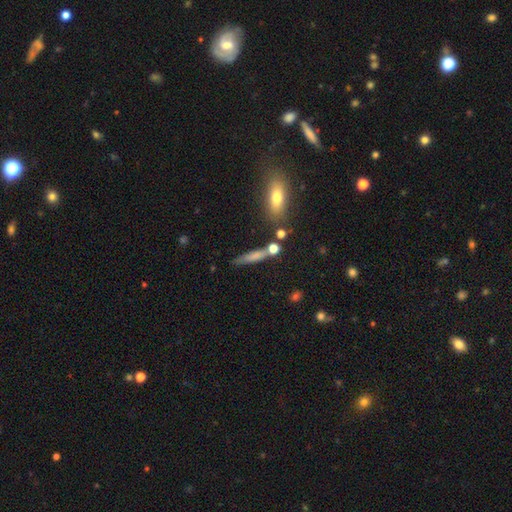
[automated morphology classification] Smooth or featured?
  - smooth: 66% *
  - featured or disk: 23%
  - star or artifact: 11%
How rounded?
  - cigar-shaped: 79% *
  - in between: 15%
  - round: 6%
Merging?
  - none: 68% *
  - minor disturbance: 15%
  - merger: 12%
  - major disturbance: 5%